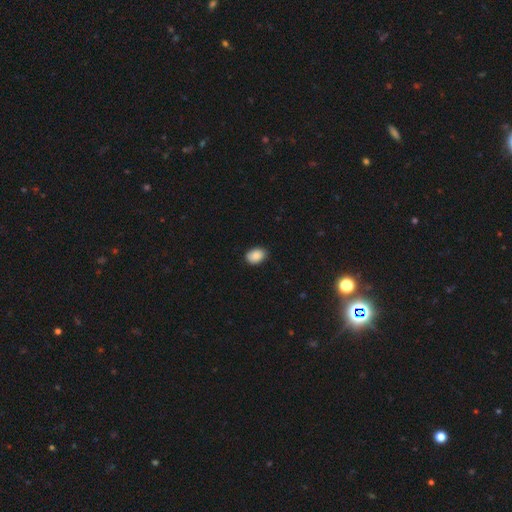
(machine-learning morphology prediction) Smooth or featured? smooth (88%)
How rounded? in between (79%)
Merging? none (85%)